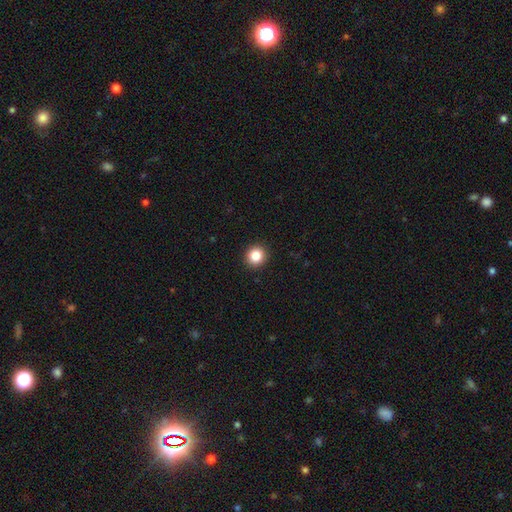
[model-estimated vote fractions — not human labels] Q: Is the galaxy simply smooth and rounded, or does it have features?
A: smooth — 85%.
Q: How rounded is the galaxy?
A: round — 92%.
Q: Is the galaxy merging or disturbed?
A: none — 93%.